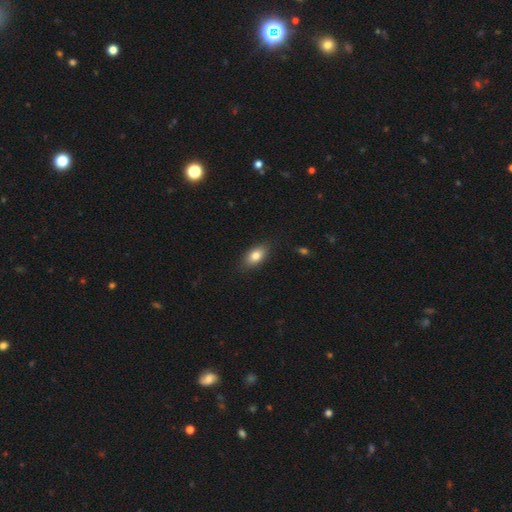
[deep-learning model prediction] This appears to be a smooth galaxy with no disk features (81%) that is in between round and cigar-shaped (87%). Merging: none (84%).